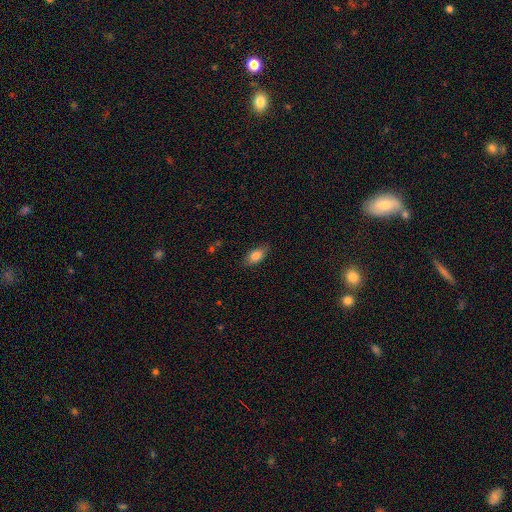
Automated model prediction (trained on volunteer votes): Smooth or featured? Predicted: smooth (p=0.81). How rounded? Predicted: in between (p=0.88). Merging? Predicted: none (p=0.83).